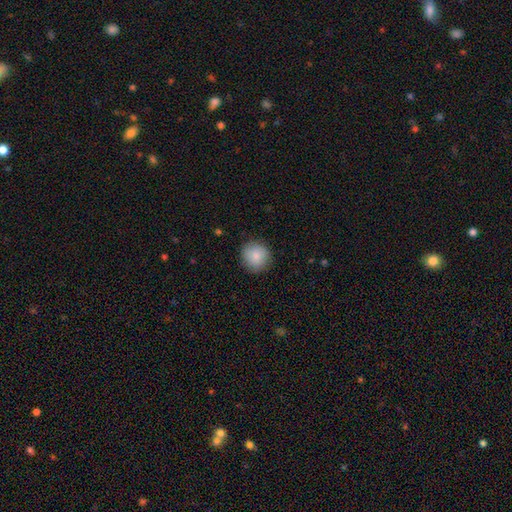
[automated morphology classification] The model was most divided on "merging": none: 87%, minor disturbance: 9%, major disturbance: 2%, merger: 1%. More confident: how rounded — round (91%); smooth or featured — smooth (86%).